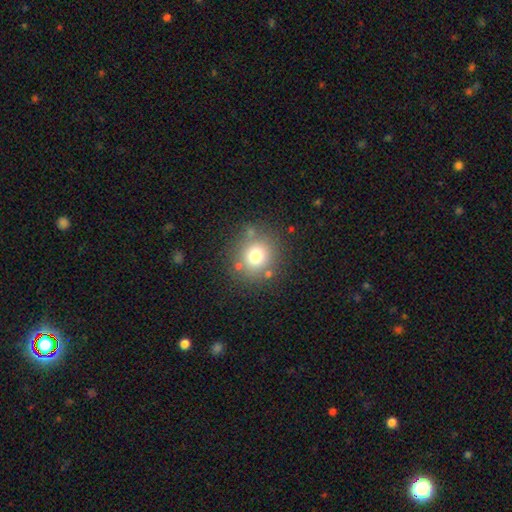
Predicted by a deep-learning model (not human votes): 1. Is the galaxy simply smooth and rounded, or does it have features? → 74% smooth, 14% star or artifact, 12% featured or disk.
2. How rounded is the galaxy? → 87% round, 12% in between, 1% cigar-shaped.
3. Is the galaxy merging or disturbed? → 80% none, 10% minor disturbance, 5% merger, 5% major disturbance.